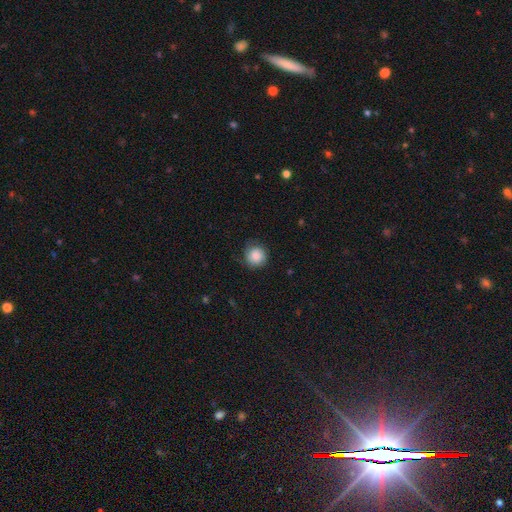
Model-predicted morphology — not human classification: type=smooth (83%); roundness=round (92%); merging=none (75%).